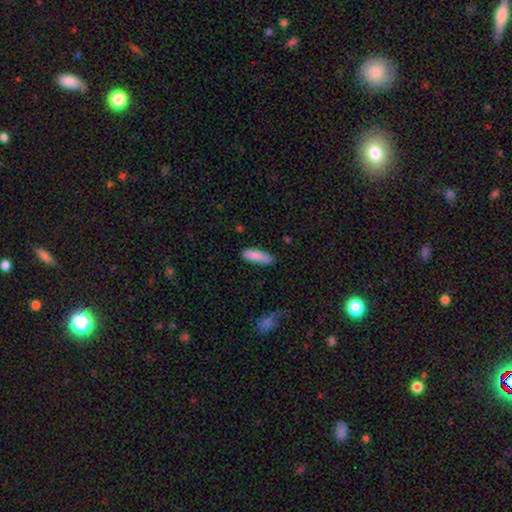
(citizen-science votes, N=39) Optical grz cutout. It shows a smooth galaxy with no disk features (87%) that is in between round and cigar-shaped (53%). Merging: none (68%).